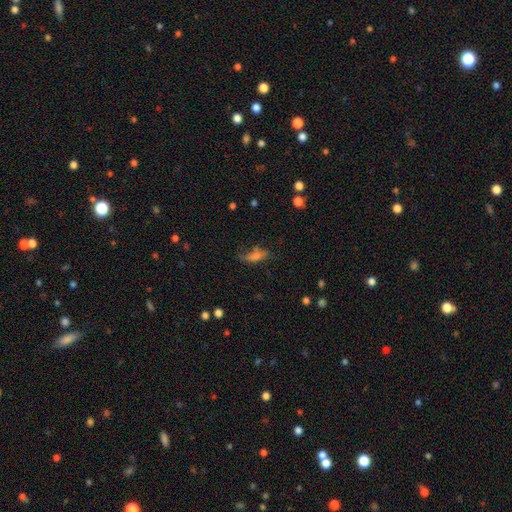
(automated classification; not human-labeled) A smooth galaxy with no disk features (56%) that is in between round and cigar-shaped (59%).

Vote fractions:
- Smooth or featured? smooth: 56% / featured or disk: 28% / star or artifact: 16%
- How rounded? in between: 59% / cigar-shaped: 36% / round: 5%
- Merging? none: 52% / minor disturbance: 28% / major disturbance: 17% / merger: 3%